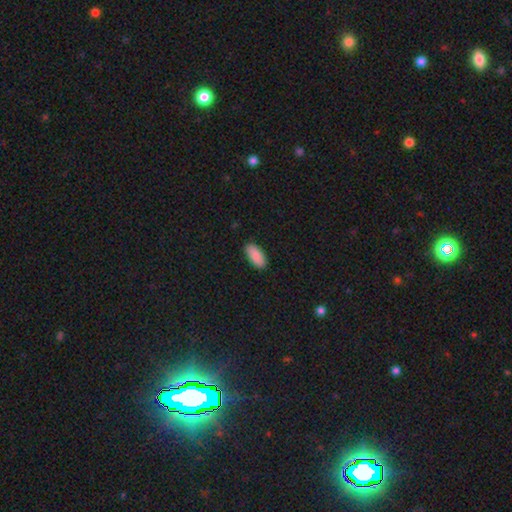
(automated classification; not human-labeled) A smooth galaxy with no disk features (90%) that is in between round and cigar-shaped (90%).

Vote fractions:
- Smooth or featured? smooth: 90% / star or artifact: 6% / featured or disk: 4%
- How rounded? in between: 90% / cigar-shaped: 8% / round: 2%
- Merging? none: 88% / minor disturbance: 9% / major disturbance: 2% / merger: 1%